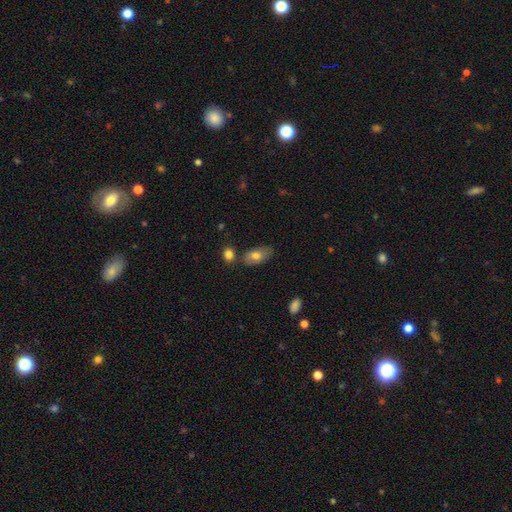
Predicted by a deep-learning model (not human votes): Smooth or featured: smooth — 74% (featured or disk — 19%)
How rounded: in between — 92% (round — 5%)
Merging: none — 66% (minor disturbance — 20%)